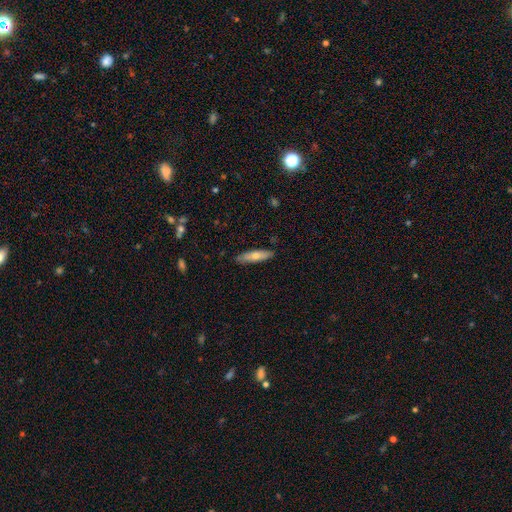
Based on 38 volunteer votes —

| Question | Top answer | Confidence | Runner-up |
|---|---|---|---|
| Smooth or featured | smooth | 63% | featured or disk (32%) |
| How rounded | cigar-shaped | 67% | in between (33%) |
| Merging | none | 89% | minor disturbance (11%) |